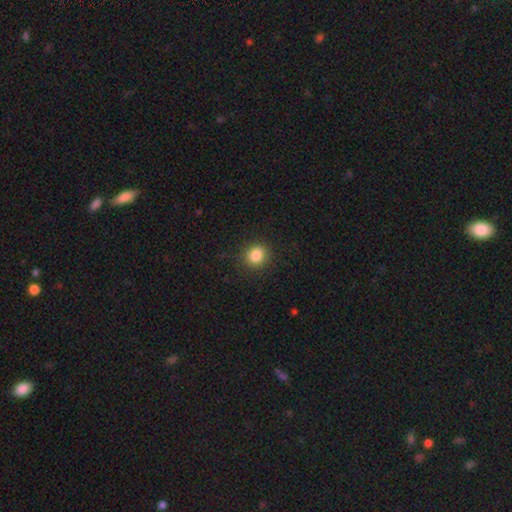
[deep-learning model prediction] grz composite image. It shows a smooth galaxy with no disk features (85%) that is round (70%). Merging: none (88%).